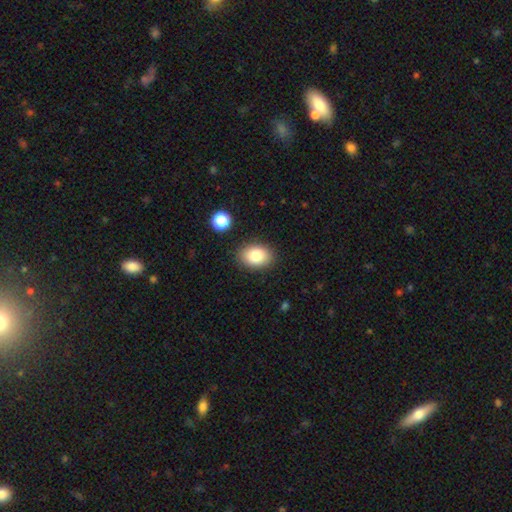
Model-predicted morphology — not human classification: smooth 83%, star or artifact 9%, featured or disk 8%. Down the decision tree: how rounded — in between (76%); merging — none (87%).